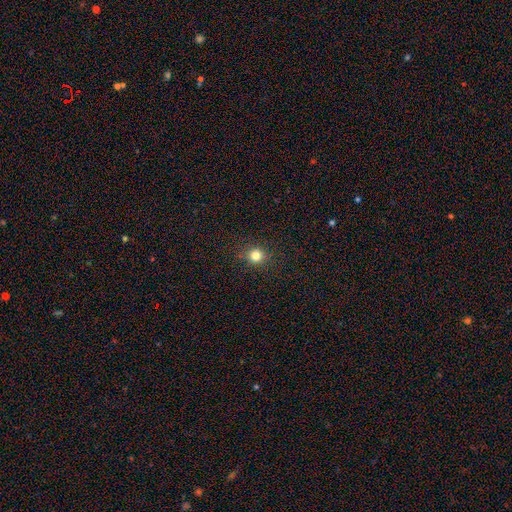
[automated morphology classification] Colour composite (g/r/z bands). It shows a smooth galaxy with no disk features (81%) that is round (90%). Merging: none (90%).